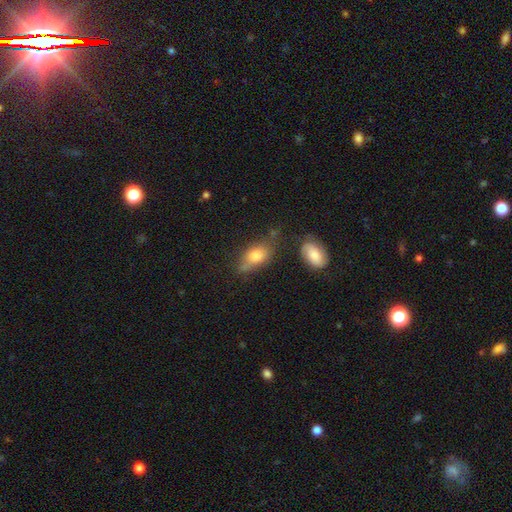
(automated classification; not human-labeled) smooth 75%, featured or disk 17%, star or artifact 8%. Down the decision tree: how rounded — in between (84%); merging — none (50%).